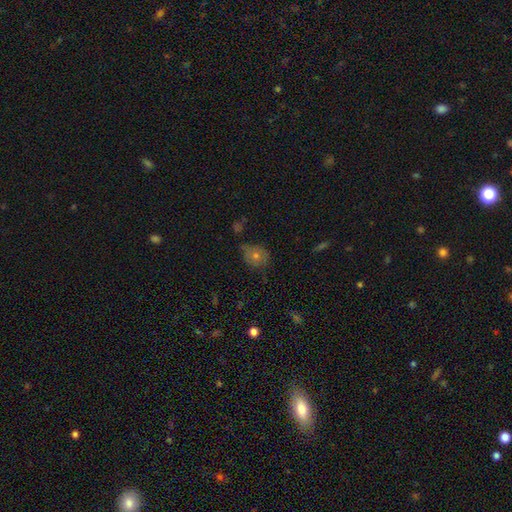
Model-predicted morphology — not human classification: smooth-or-featured: smooth: 57% | featured or disk: 23% | star or artifact: 20%
  how-rounded: round: 69% | in between: 30% | cigar-shaped: 1%
  merging: none: 65% | minor disturbance: 24% | major disturbance: 8% | merger: 4%